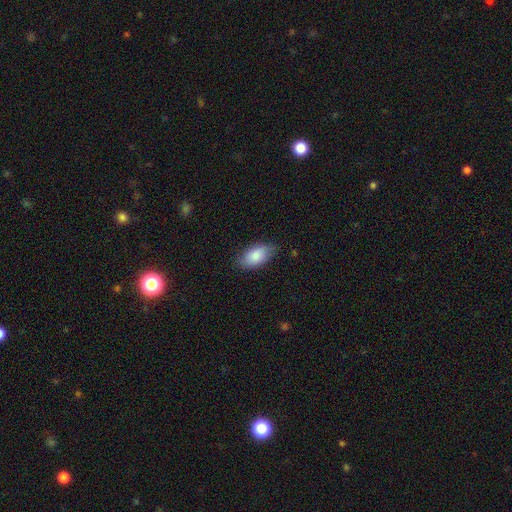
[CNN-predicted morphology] This is clearly a smooth galaxy (83%). How rounded: clearly in between (93%). Merging: likely none (80%).